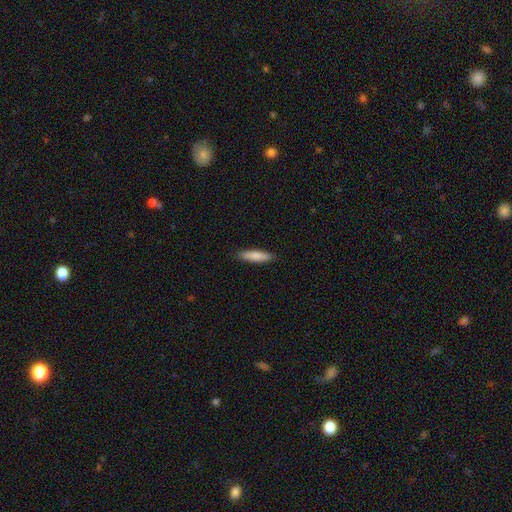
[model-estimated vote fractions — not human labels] Q: Smooth or featured?
A: smooth (84%); runner-up: featured or disk (11%)
Q: How rounded?
A: cigar-shaped (78%); runner-up: in between (21%)
Q: Merging?
A: none (89%); runner-up: minor disturbance (8%)